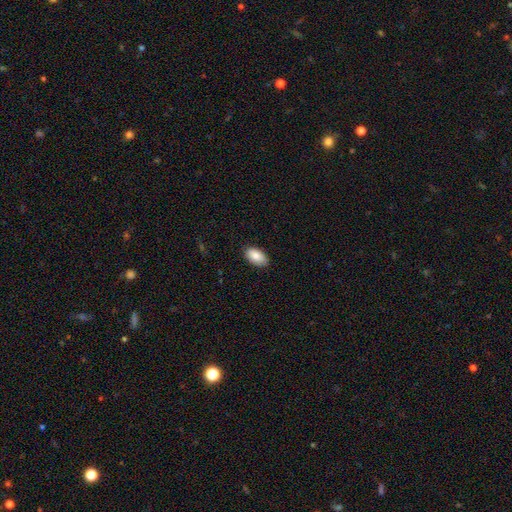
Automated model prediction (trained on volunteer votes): Smooth or featured? smooth (87%)
How rounded? in between (95%)
Merging? none (86%)